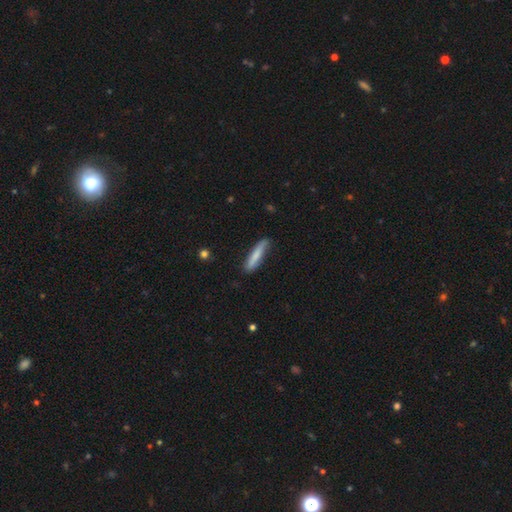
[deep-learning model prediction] Smooth or featured? smooth (78%)
How rounded? cigar-shaped (87%)
Merging? none (77%)